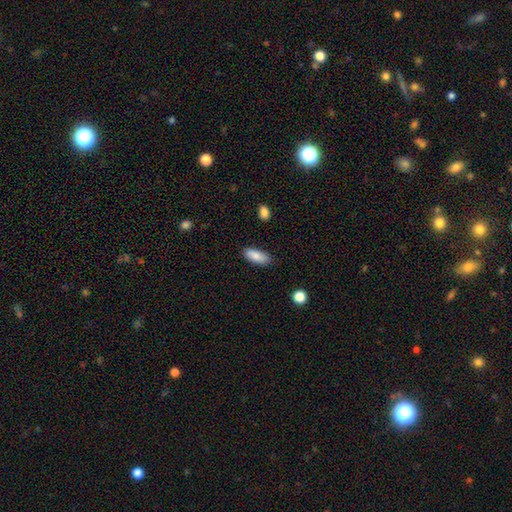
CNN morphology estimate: A smooth galaxy with no disk features (87%) that is in between round and cigar-shaped (81%).

Vote fractions:
- Smooth or featured? smooth: 87% / featured or disk: 7% / star or artifact: 7%
- How rounded? in between: 81% / cigar-shaped: 17% / round: 2%
- Merging? none: 83% / minor disturbance: 13% / major disturbance: 3% / merger: 2%